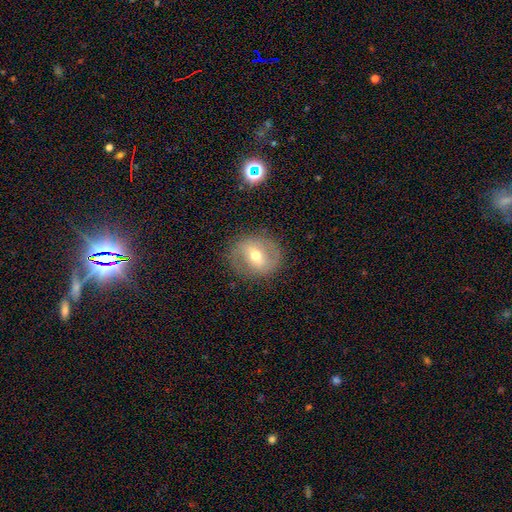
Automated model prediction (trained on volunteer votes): smooth-or-featured: featured or disk: 57% | smooth: 34% | star or artifact: 9%
  disk-edge-on: no: 94% | yes: 6%
    bar: weak: 41% | strong: 34% | no: 25%
    has-spiral-arms: yes: 56% | no: 44%
    bulge-size: moderate: 62% | small: 33% | large: 3% | dominant: 1% | none: 1%
  merging: none: 81% | minor disturbance: 12% | major disturbance: 6% | merger: 1%